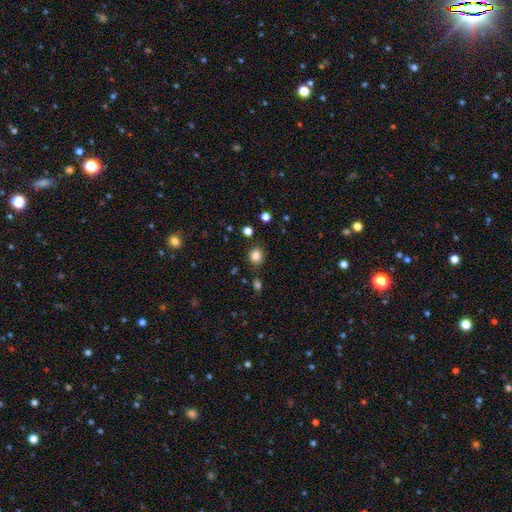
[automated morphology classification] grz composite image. It shows a smooth galaxy with no disk features (84%) that is round (70%). Merging: none (82%).